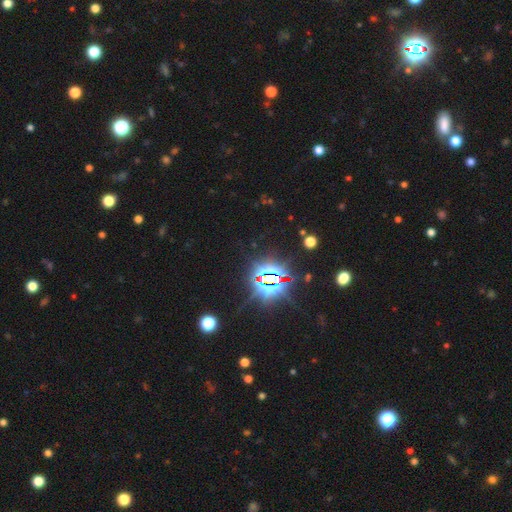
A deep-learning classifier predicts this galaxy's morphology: Smooth or featured: star or artifact — 84% (smooth — 10%)